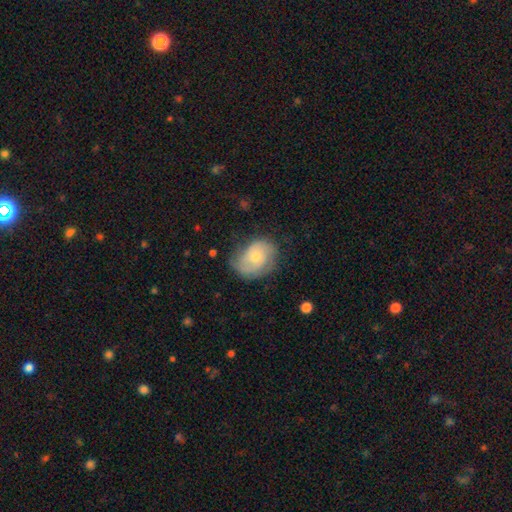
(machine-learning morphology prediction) type=featured or disk (55%); edge-on=no (97%); bar=no (77%); spiral arms=yes (84%); bulge=small (56%); merging=none (61%).